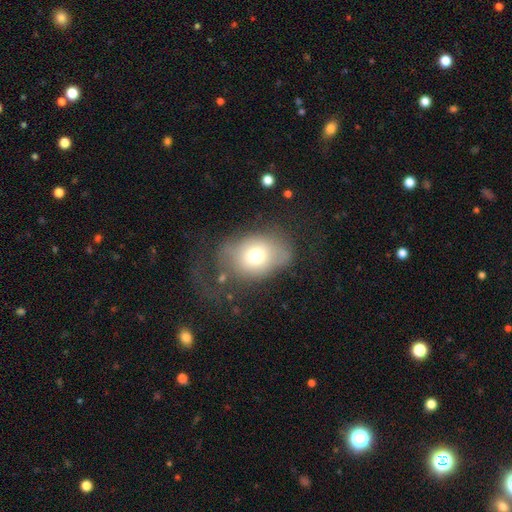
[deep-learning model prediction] smooth 68%, featured or disk 22%, star or artifact 10%. Down the decision tree: how rounded — in between (61%); merging — major disturbance (38%).